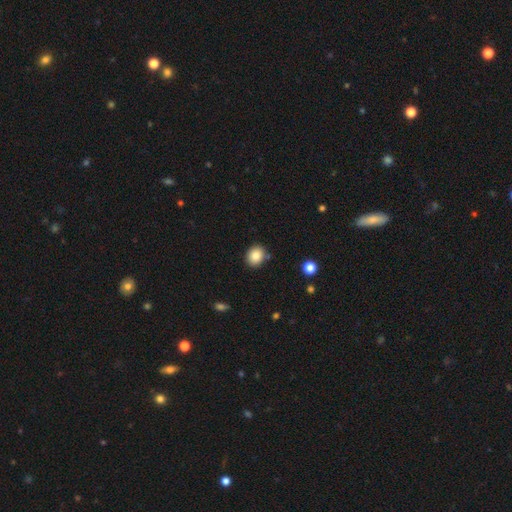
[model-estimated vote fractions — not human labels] The model was most divided on "how rounded": round: 65%, in between: 34%, cigar-shaped: 1%. More confident: smooth or featured — smooth (85%); merging — none (84%).